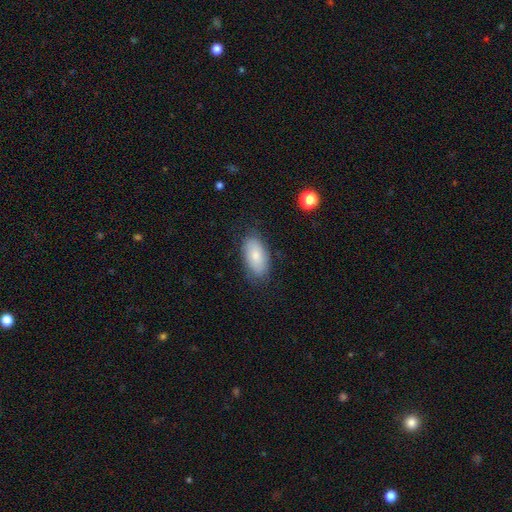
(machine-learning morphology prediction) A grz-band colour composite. It shows a smooth galaxy with no disk features (78%) that is in between round and cigar-shaped (93%). Merging: none (79%).